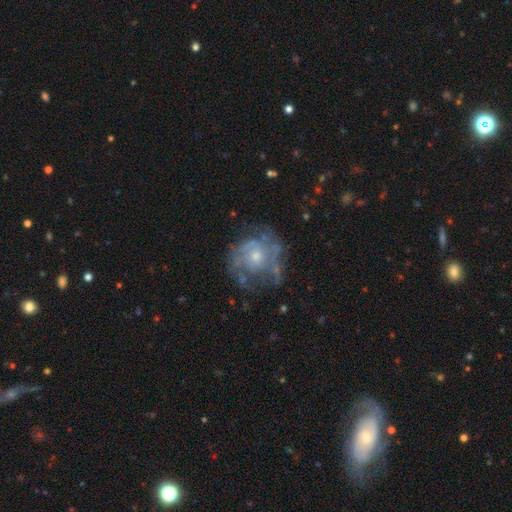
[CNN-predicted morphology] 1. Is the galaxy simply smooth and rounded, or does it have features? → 71% featured or disk, 20% smooth, 9% star or artifact.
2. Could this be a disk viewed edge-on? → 97% no, 3% yes.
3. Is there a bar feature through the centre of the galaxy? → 83% no, 14% weak, 2% strong.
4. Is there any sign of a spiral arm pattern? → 60% yes, 40% no.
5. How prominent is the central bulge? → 51% small, 43% moderate, 3% large, 3% none, 1% dominant.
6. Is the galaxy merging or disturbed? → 56% none, 21% minor disturbance, 21% major disturbance, 3% merger.